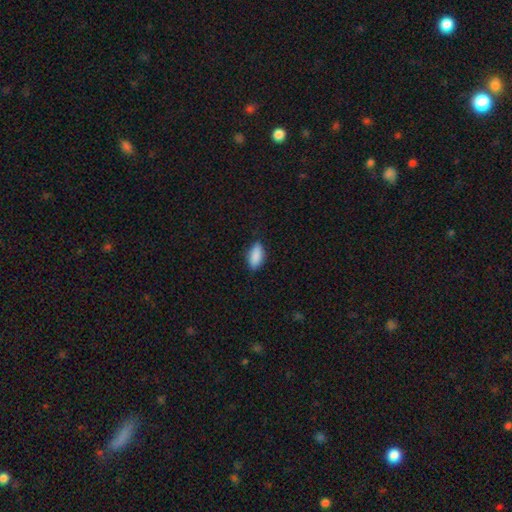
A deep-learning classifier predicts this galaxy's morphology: type=smooth (89%); roundness=in between (88%); merging=none (81%).